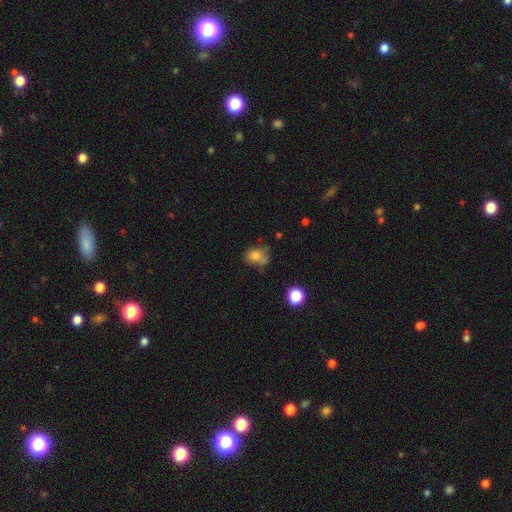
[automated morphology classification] type=smooth (75%); roundness=round (51%); merging=none (45%).